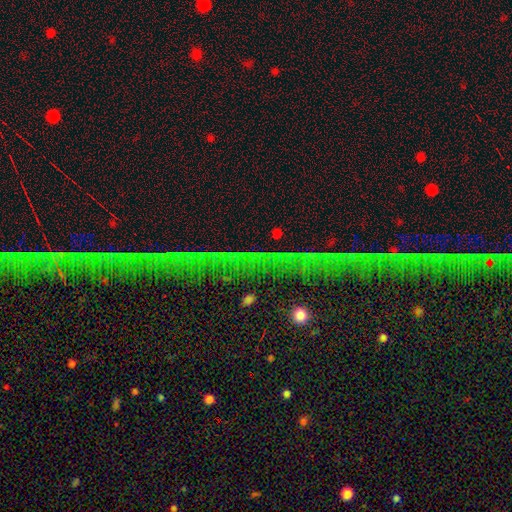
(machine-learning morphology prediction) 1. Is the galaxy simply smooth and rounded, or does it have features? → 68% star or artifact, 20% smooth, 13% featured or disk.